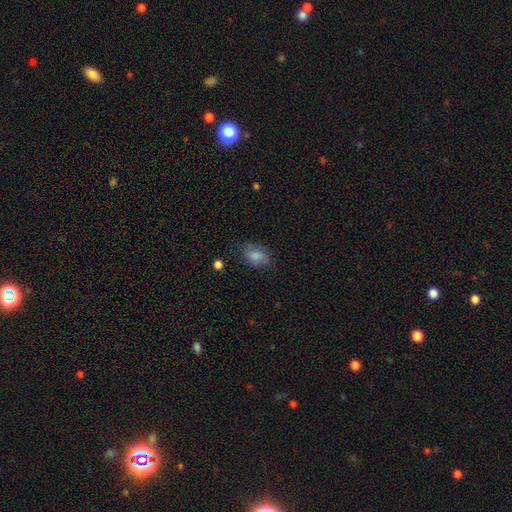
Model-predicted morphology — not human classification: Smooth or featured: smooth — 83% (featured or disk — 9%)
How rounded: in between — 80% (round — 19%)
Merging: none — 72% (minor disturbance — 20%)